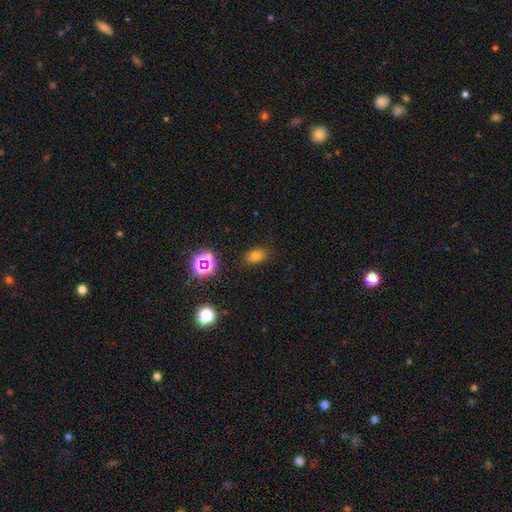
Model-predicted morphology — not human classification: Smooth or featured: smooth — 73% (star or artifact — 19%)
How rounded: in between — 78% (round — 20%)
Merging: none — 84% (minor disturbance — 12%)